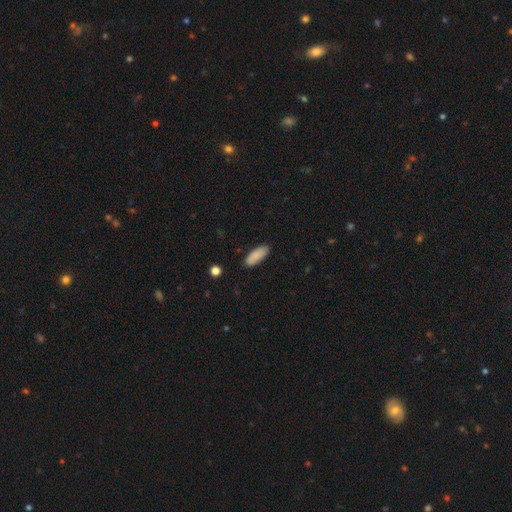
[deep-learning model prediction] Smooth or featured? smooth (88%)
How rounded? in between (77%)
Merging? none (86%)